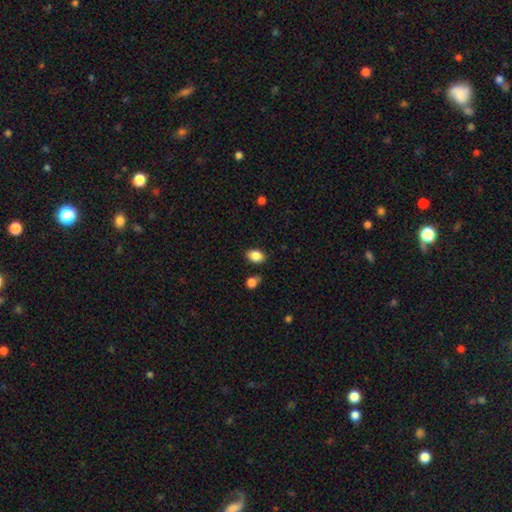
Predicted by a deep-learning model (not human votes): smooth-or-featured: smooth: 86% | star or artifact: 9% | featured or disk: 5%
  how-rounded: in between: 76% | round: 23% | cigar-shaped: 1%
  merging: none: 81% | minor disturbance: 12% | merger: 4% | major disturbance: 3%